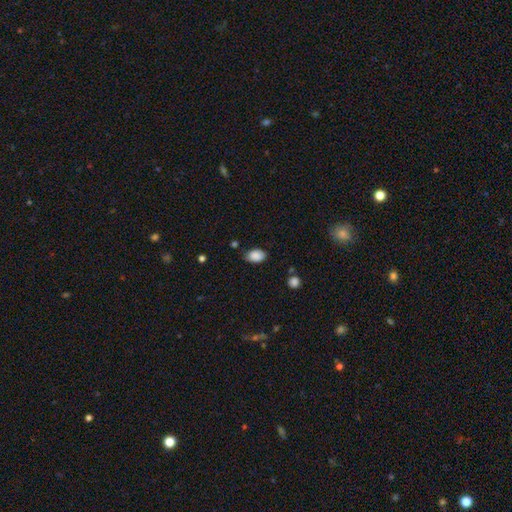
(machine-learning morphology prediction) Smooth or featured? smooth (88%)
How rounded? in between (88%)
Merging? none (79%)